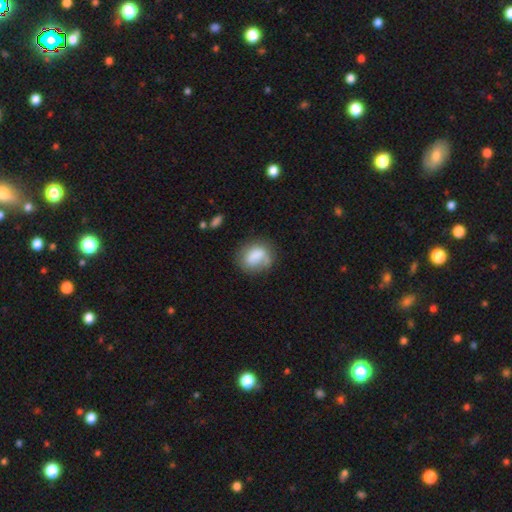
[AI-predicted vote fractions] The model was most divided on "how rounded": in between: 57%, round: 41%, cigar-shaped: 2%. More confident: smooth or featured — smooth (74%); merging — none (52%).